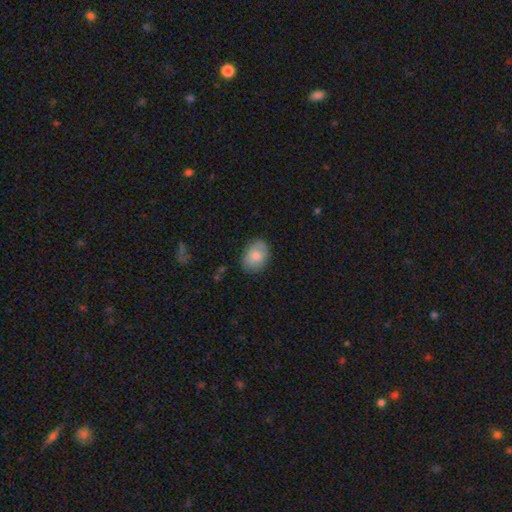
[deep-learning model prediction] Smooth or featured? Predicted: smooth (p=0.80). How rounded? Predicted: in between (p=0.69). Merging? Predicted: none (p=0.78).